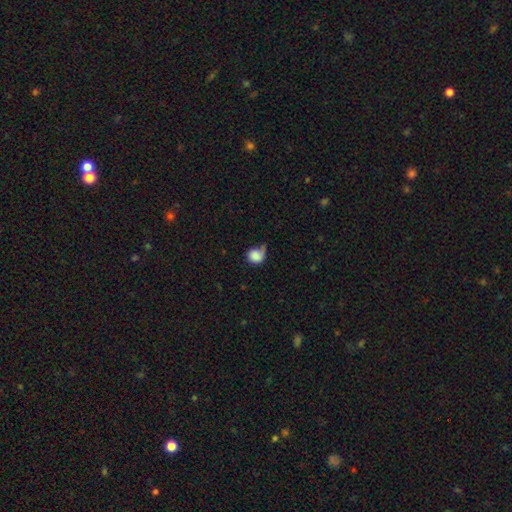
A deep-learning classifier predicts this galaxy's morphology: smooth_or_featured: smooth (p=0.81) [alt: featured or disk p=0.11]
how_rounded: round (p=0.76) [alt: in between p=0.23]
merging: minor disturbance (p=0.36) [alt: none p=0.32]